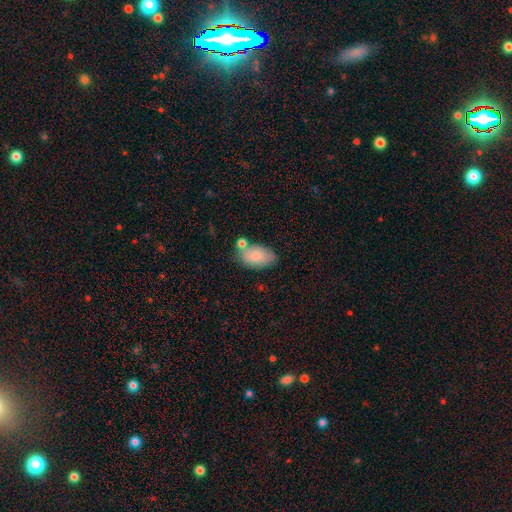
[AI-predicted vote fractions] A smooth galaxy with no disk features (82%) that is in between round and cigar-shaped (92%). Merging: none (60%).